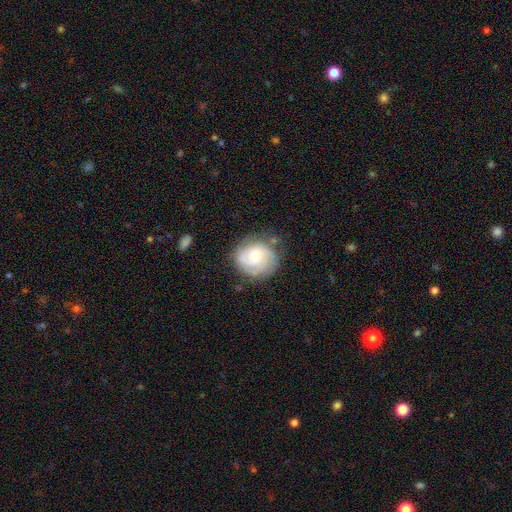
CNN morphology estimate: Overall: featured or disk (72%). Edge-on disk: no (98%). Bar: no (69%). Spiral arms: yes (93%). Spiral arm count: 3 (31%; 2 29%). Spiral winding: tight (55%; medium 35%). Bulge size: small (48%; moderate 45%). Merging: none (72%).